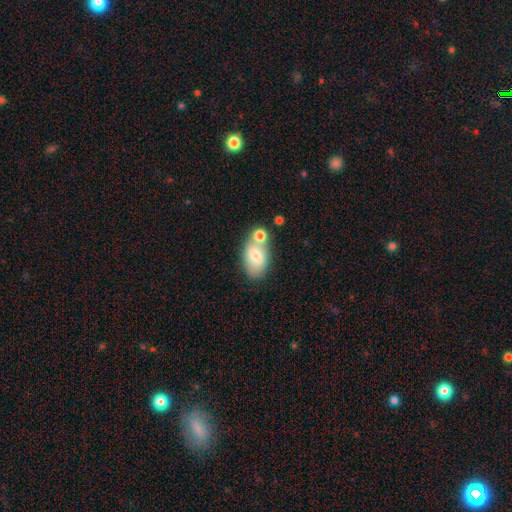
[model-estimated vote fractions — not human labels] smooth 72%, featured or disk 20%, star or artifact 8%. Down the decision tree: how rounded — in between (90%); merging — none (47%).